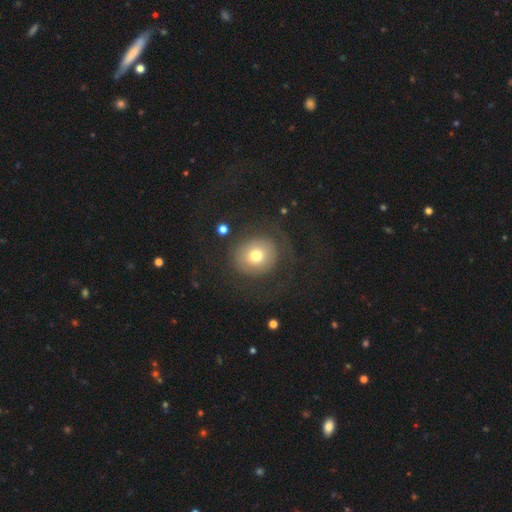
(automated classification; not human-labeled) The model was most divided on "smooth or featured": smooth: 67%, featured or disk: 22%, star or artifact: 11%. More confident: how rounded — round (80%); merging — none (69%).